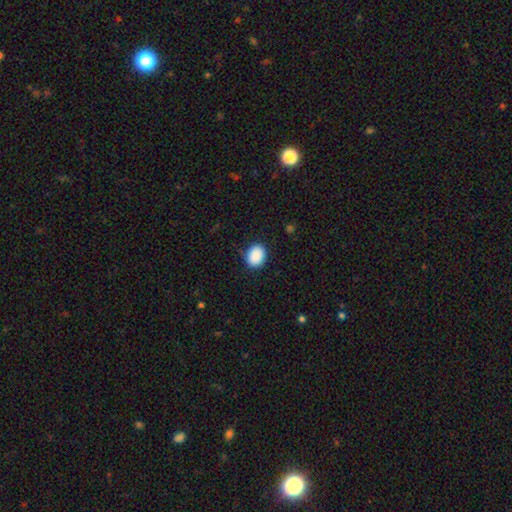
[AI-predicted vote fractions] Overall: smooth (90%). How rounded: in between (55%; round 44%). Merging: none (87%).